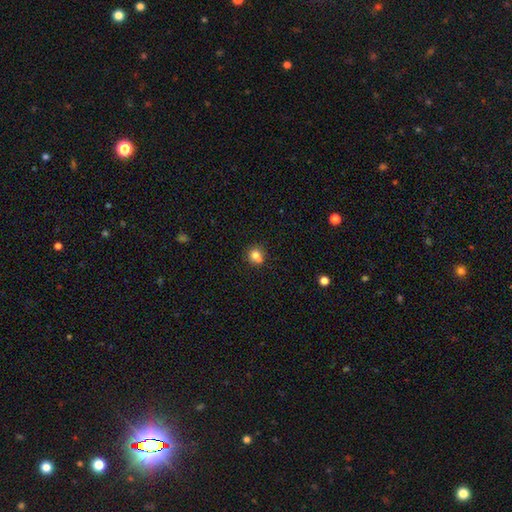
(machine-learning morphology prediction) Smooth or featured? smooth (76%)
How rounded? round (85%)
Merging? none (53%)